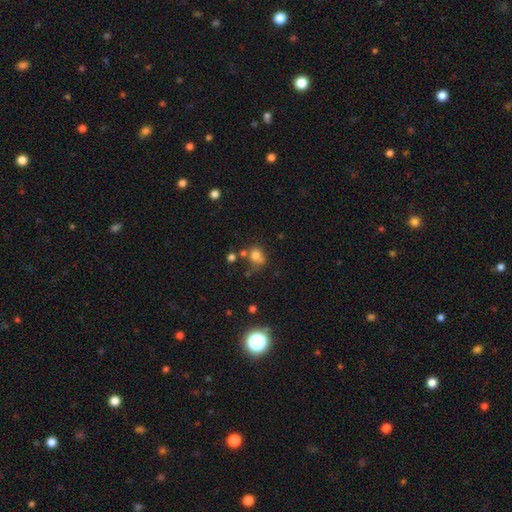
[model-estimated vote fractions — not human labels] smooth-or-featured: smooth: 73% | star or artifact: 15% | featured or disk: 12%
  how-rounded: round: 62% | in between: 37% | cigar-shaped: 1%
  merging: none: 45% | merger: 24% | minor disturbance: 20% | major disturbance: 12%